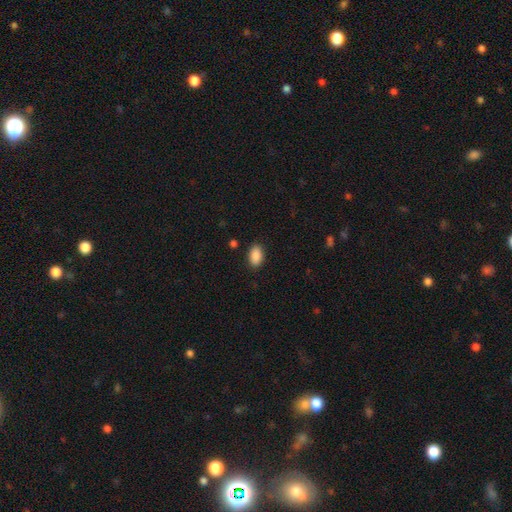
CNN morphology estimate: smooth 89%, star or artifact 7%, featured or disk 3%. Down the decision tree: how rounded — in between (92%); merging — none (88%).